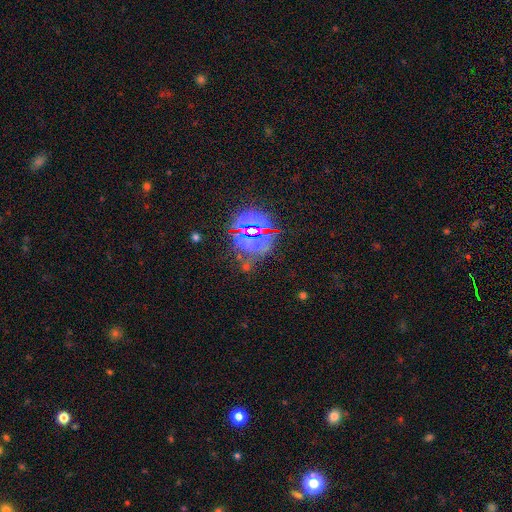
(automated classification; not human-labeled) star or artifact 81%, smooth 11%, featured or disk 9%.